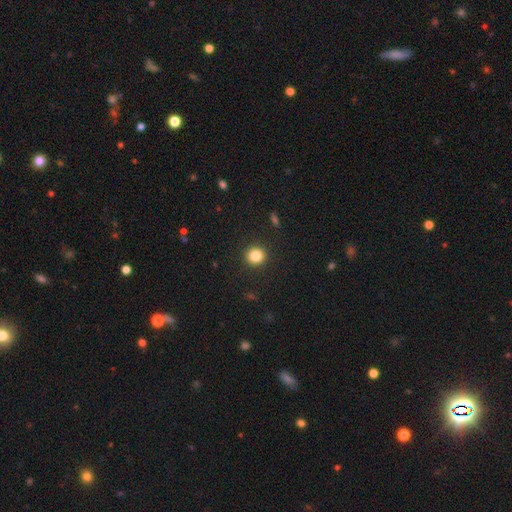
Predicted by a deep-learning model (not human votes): The model was most divided on "smooth or featured": smooth: 83%, star or artifact: 11%, featured or disk: 6%. More confident: how rounded — round (92%); merging — none (92%).